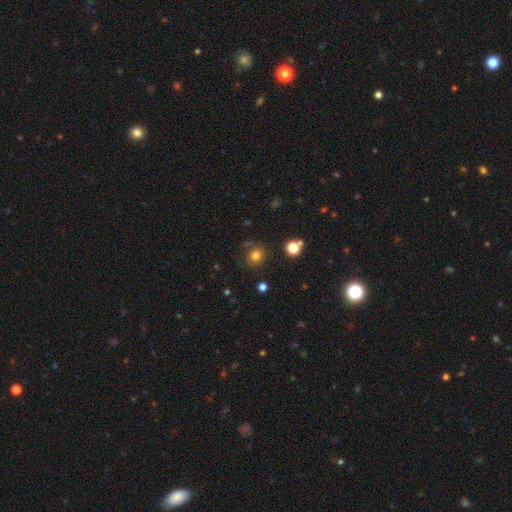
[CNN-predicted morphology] Overall: smooth (78%). How rounded: round (88%). Merging: none (82%).